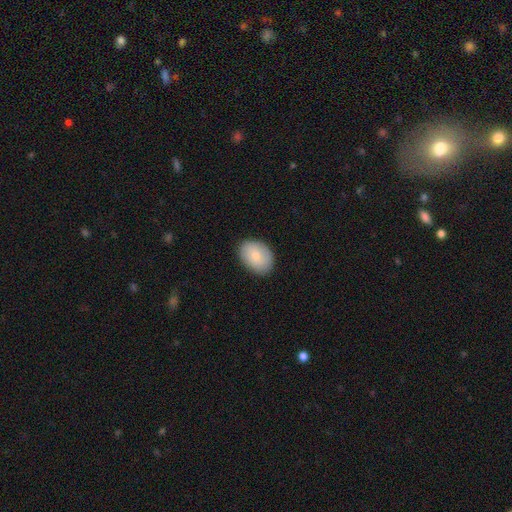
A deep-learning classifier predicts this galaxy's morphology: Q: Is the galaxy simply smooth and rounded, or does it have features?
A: smooth — 77%.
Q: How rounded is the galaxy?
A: in between — 77%.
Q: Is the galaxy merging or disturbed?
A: none — 86%.